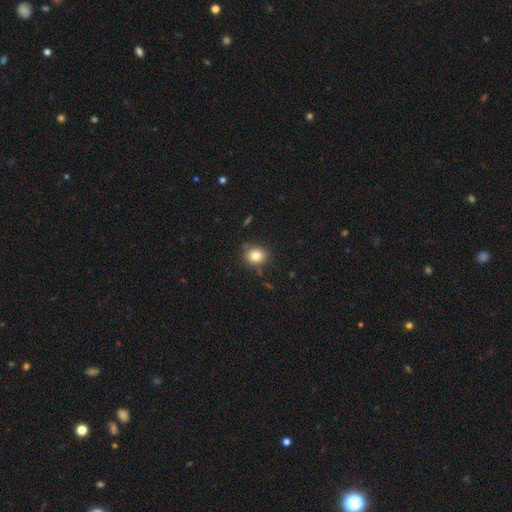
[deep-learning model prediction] The model was most divided on "how rounded": round: 73%, in between: 26%, cigar-shaped: 1%. More confident: merging — none (82%); smooth or featured — smooth (81%).